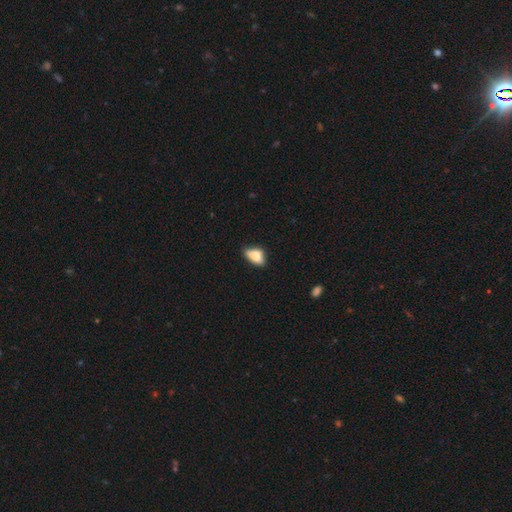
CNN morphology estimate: type=smooth (76%); roundness=in between (87%); merging=none (56%).